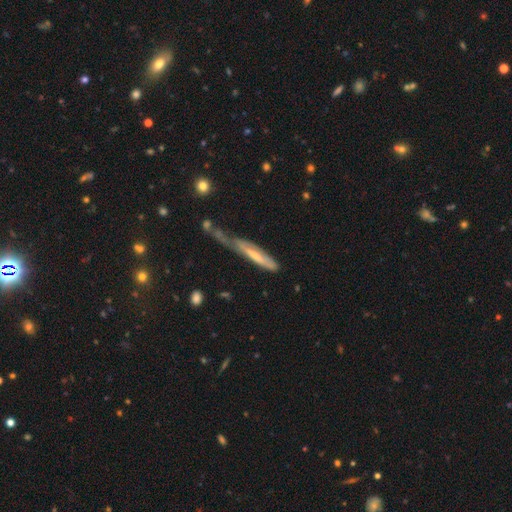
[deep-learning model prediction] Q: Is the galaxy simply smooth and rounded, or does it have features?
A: featured or disk — 48%.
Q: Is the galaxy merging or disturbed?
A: major disturbance — 36%.